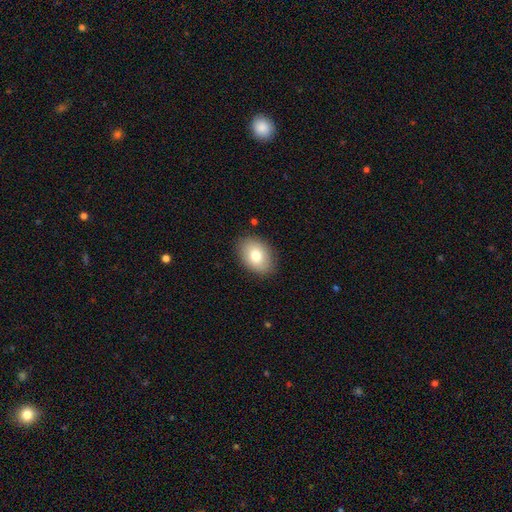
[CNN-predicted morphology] type=smooth (80%); roundness=in between (82%); merging=none (86%).